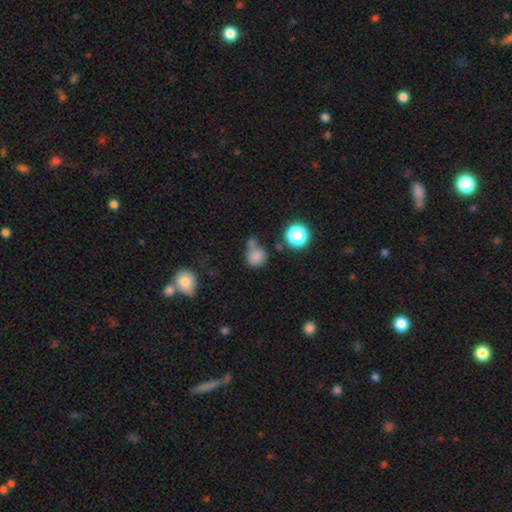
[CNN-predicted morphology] smooth-or-featured: smooth: 78% | star or artifact: 14% | featured or disk: 8%
  how-rounded: round: 77% | in between: 22% | cigar-shaped: 1%
  merging: none: 44% | merger: 31% | minor disturbance: 16% | major disturbance: 9%